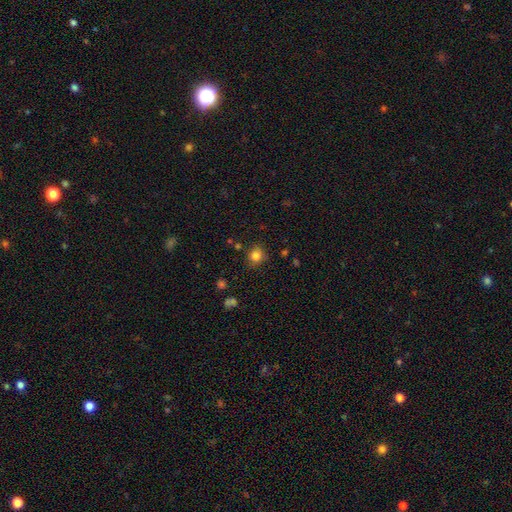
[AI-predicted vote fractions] Smooth or featured? smooth (82%)
How rounded? round (85%)
Merging? none (82%)